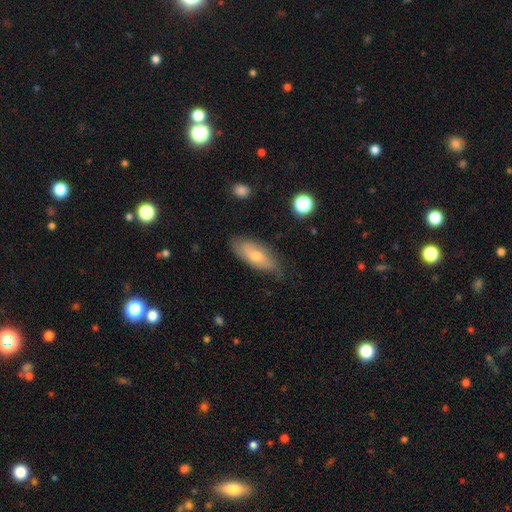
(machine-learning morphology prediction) type=smooth (50%); merging=none (70%).